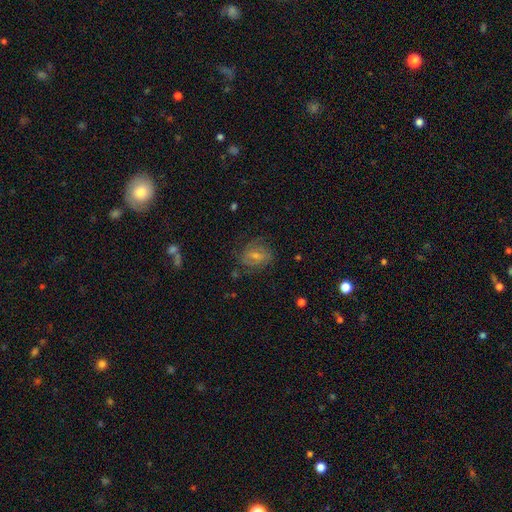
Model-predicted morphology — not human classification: Smooth or featured: featured or disk — 46% (smooth — 33%)
Merging: none — 73% (minor disturbance — 17%)